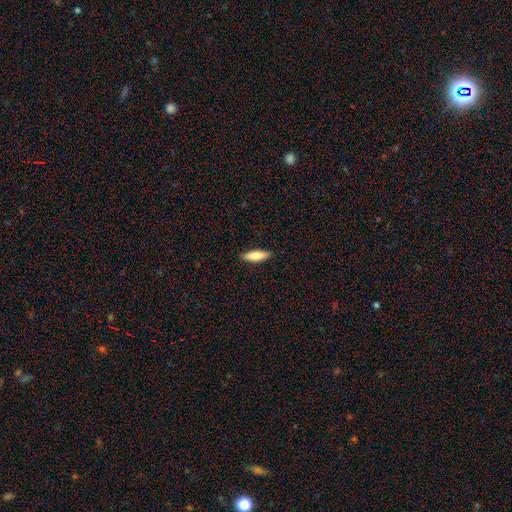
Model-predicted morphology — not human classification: Overall: smooth (75%). How rounded: cigar-shaped (56%; in between 42%). Merging: none (89%).